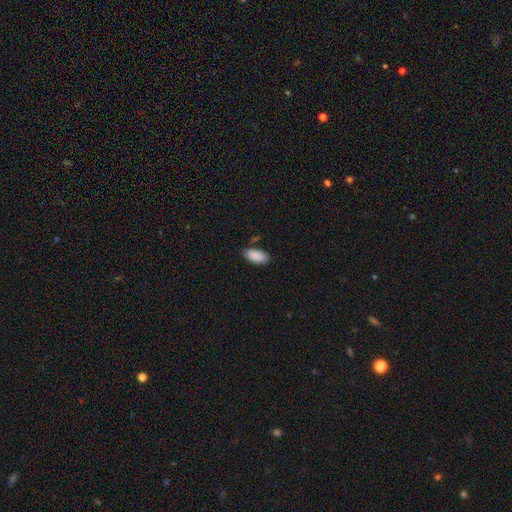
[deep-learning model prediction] smooth-or-featured: smooth: 90% | star or artifact: 6% | featured or disk: 4%
  how-rounded: in between: 93% | cigar-shaped: 5% | round: 2%
  merging: none: 80% | minor disturbance: 15% | major disturbance: 3% | merger: 3%